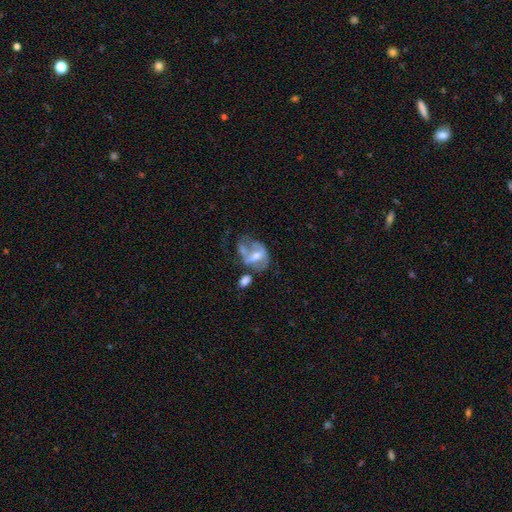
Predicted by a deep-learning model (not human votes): A featured or disk galaxy (58%) with no bar (38%), no spiral arms (58%) and a moderate central bulge (55%).

Vote fractions:
- Smooth or featured? featured or disk: 58% / smooth: 33% / star or artifact: 9%
- Edge-on disk? no: 95% / yes: 5%
- Bar? no: 38% / weak: 36% / strong: 26%
- Spiral arms? no: 58% / yes: 42%
- Bulge size? moderate: 55% / small: 27% / large: 8% / none: 8% / dominant: 1%
- Merging? major disturbance: 33% / merger: 26% / none: 23% / minor disturbance: 18%